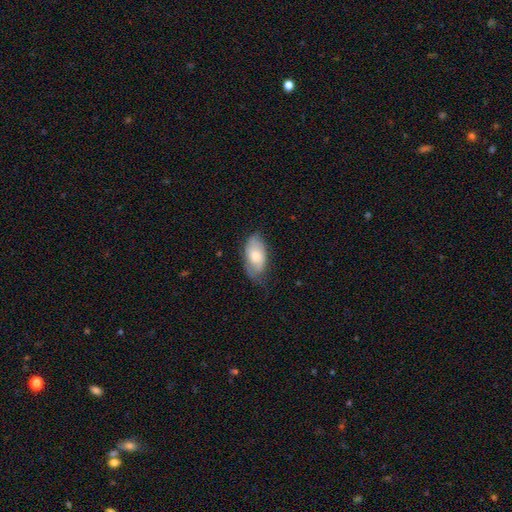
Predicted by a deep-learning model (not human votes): smooth_or_featured: smooth (p=0.67) [alt: featured or disk p=0.27]
how_rounded: in between (p=0.93) [alt: round p=0.04]
merging: none (p=0.58) [alt: minor disturbance p=0.32]